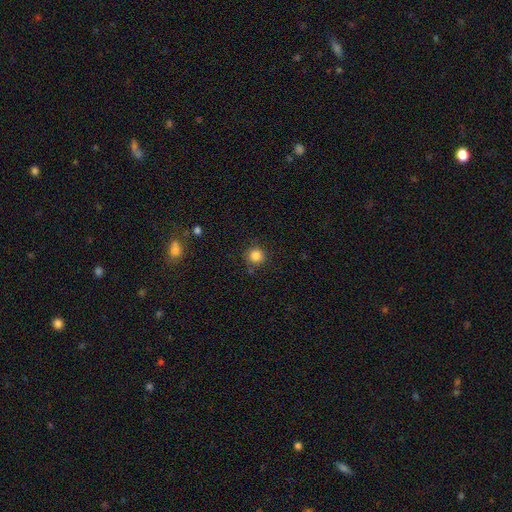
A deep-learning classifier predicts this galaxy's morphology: smooth-or-featured: smooth: 84% | star or artifact: 11% | featured or disk: 4%
  how-rounded: round: 94% | in between: 5% | cigar-shaped: 1%
  merging: none: 85% | minor disturbance: 9% | merger: 3% | major disturbance: 3%